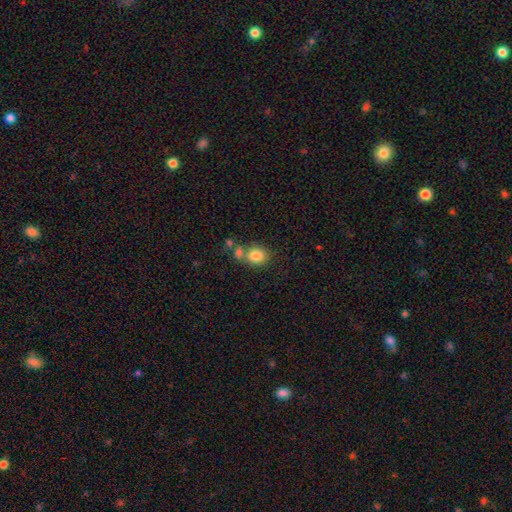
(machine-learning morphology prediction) type=smooth (83%); roundness=round (65%); merging=none (56%).